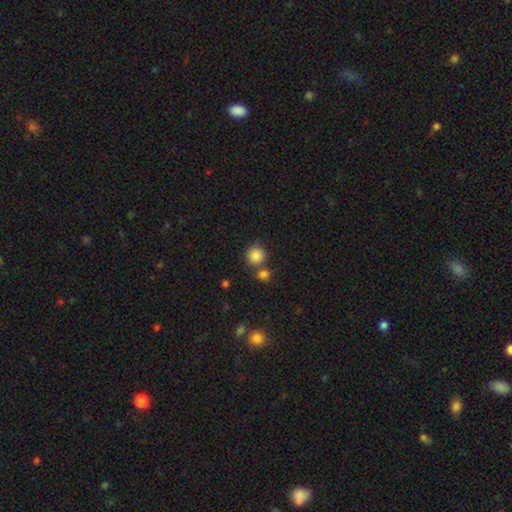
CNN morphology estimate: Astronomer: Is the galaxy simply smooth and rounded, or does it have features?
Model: smooth — 85%.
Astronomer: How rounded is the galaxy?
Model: round — 89%.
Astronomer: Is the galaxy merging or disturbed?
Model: none — 63%.